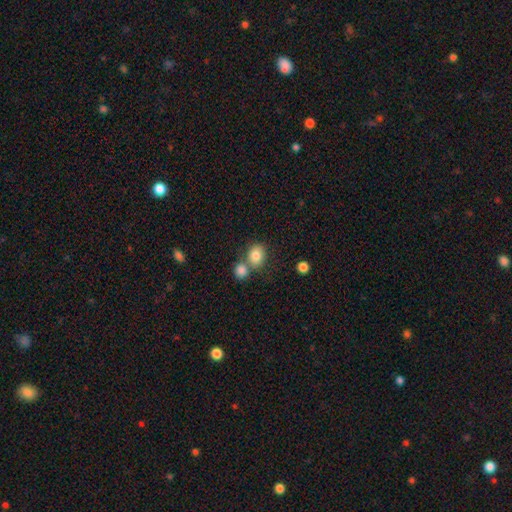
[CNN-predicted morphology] type=smooth (83%); roundness=round (52%); merging=none (52%).